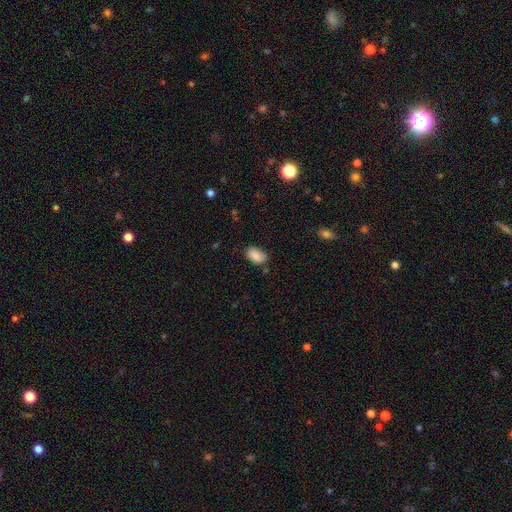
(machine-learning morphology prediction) This is clearly a smooth galaxy (87%). How rounded: clearly in between (91%). Merging: likely none (73%).